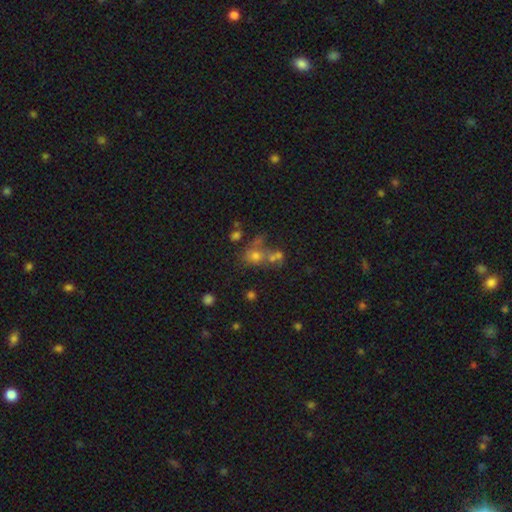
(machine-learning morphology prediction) Smooth or featured? Predicted: smooth (p=0.47). Merging? Predicted: none (p=0.41).